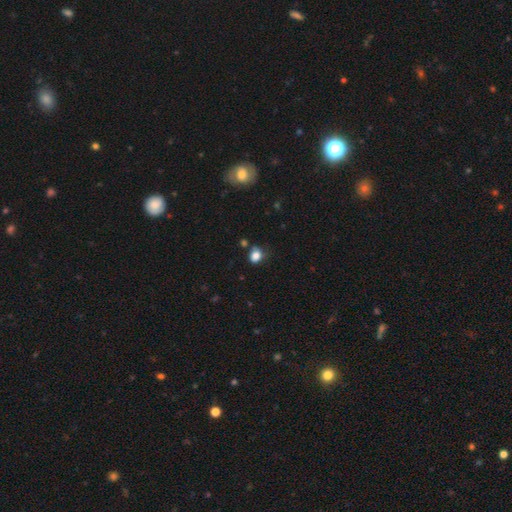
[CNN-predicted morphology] This is clearly a smooth galaxy (82%). How rounded: possibly round (57%). Merging: likely none (61%).